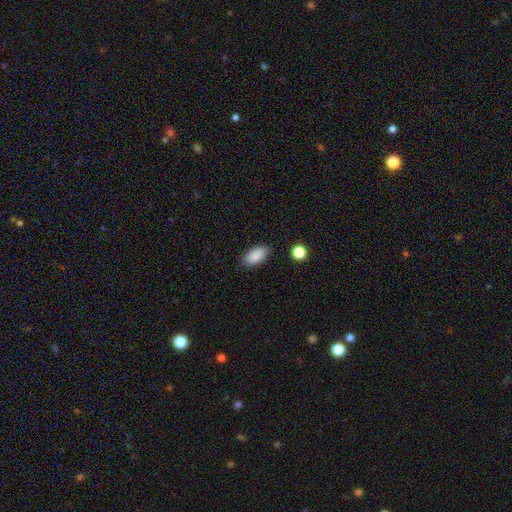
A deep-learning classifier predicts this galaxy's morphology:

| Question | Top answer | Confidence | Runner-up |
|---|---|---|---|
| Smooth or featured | smooth | 88% | star or artifact (8%) |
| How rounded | in between | 92% | cigar-shaped (4%) |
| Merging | none | 84% | minor disturbance (12%) |